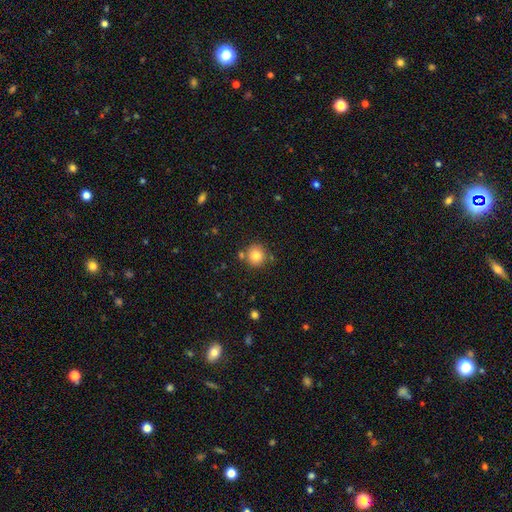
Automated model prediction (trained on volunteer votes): A smooth galaxy with no disk features (81%) that is round (93%).

Vote fractions:
- Smooth or featured? smooth: 81% / star or artifact: 11% / featured or disk: 8%
- How rounded? round: 93% / in between: 7% / cigar-shaped: 1%
- Merging? none: 78% / minor disturbance: 10% / merger: 9% / major disturbance: 3%